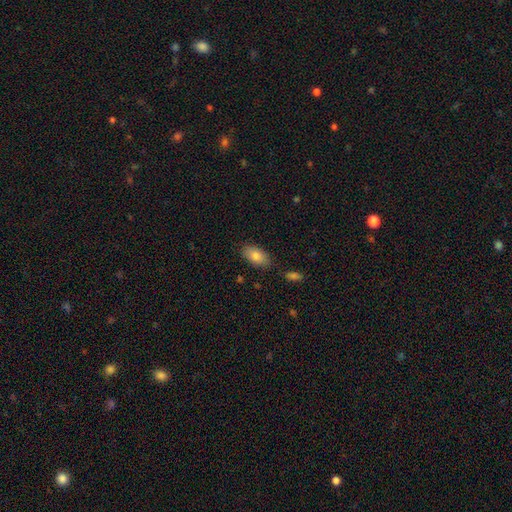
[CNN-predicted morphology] A smooth galaxy with no disk features (83%) that is in between round and cigar-shaped (92%).

Vote fractions:
- Smooth or featured? smooth: 83% / featured or disk: 10% / star or artifact: 7%
- How rounded? in between: 92% / cigar-shaped: 4% / round: 3%
- Merging? none: 82% / minor disturbance: 12% / merger: 3% / major disturbance: 3%